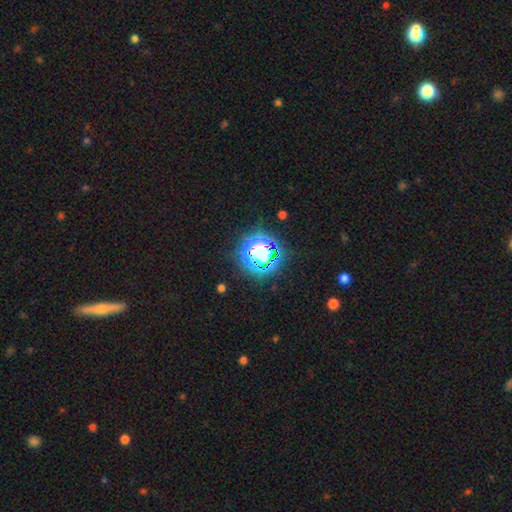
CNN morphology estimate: smooth-or-featured: star or artifact: 77% | smooth: 15% | featured or disk: 7%